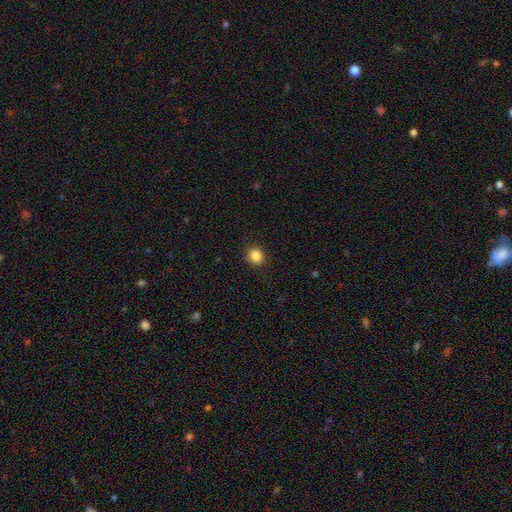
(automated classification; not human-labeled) smooth-or-featured: smooth: 86% | star or artifact: 10% | featured or disk: 4%
  how-rounded: round: 73% | in between: 26% | cigar-shaped: 1%
  merging: none: 90% | minor disturbance: 7% | major disturbance: 2% | merger: 1%